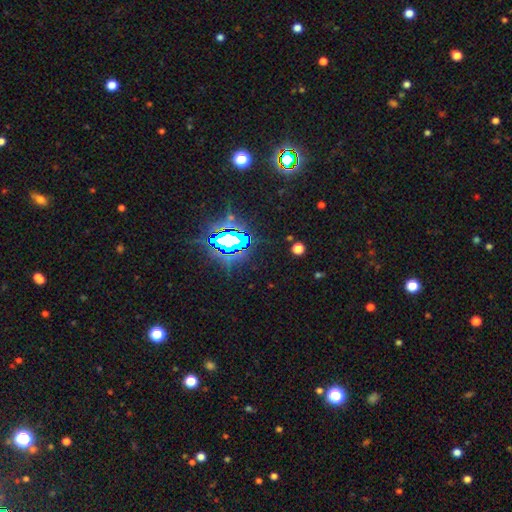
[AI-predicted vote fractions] This appears to be a star or artifact, not a galaxy (82%).